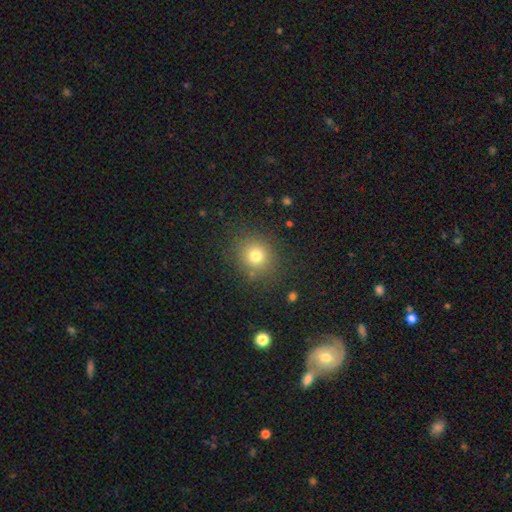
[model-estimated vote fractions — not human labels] Smooth or featured?
  - smooth: 75% *
  - star or artifact: 16%
  - featured or disk: 9%
How rounded?
  - round: 84% *
  - in between: 16%
  - cigar-shaped: 1%
Merging?
  - none: 85% *
  - minor disturbance: 9%
  - major disturbance: 4%
  - merger: 2%